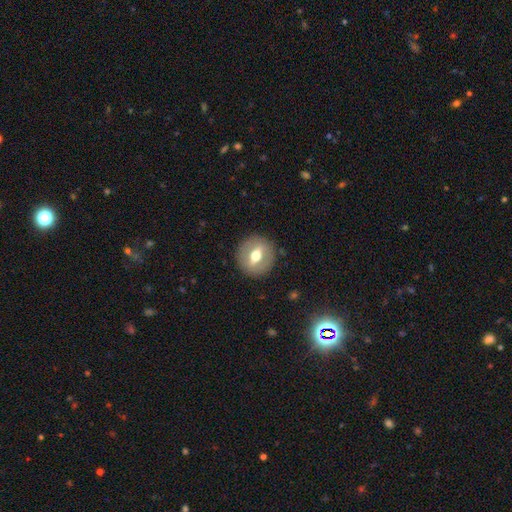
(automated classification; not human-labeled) smooth-or-featured: featured or disk: 47% | smooth: 46% | star or artifact: 8%
  merging: none: 89% | minor disturbance: 7% | major disturbance: 3% | merger: 1%